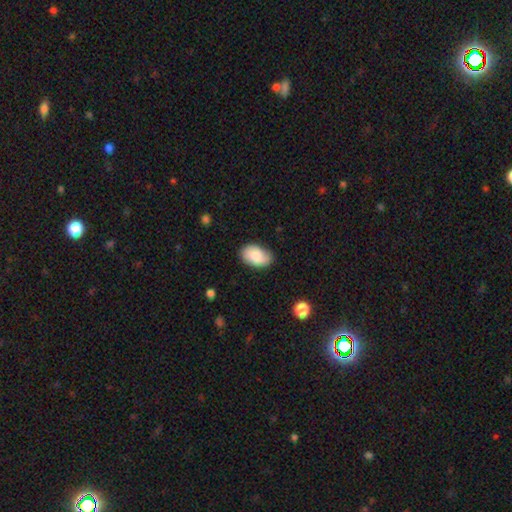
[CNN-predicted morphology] Overall: smooth (80%). How rounded: in between (91%). Merging: none (79%).